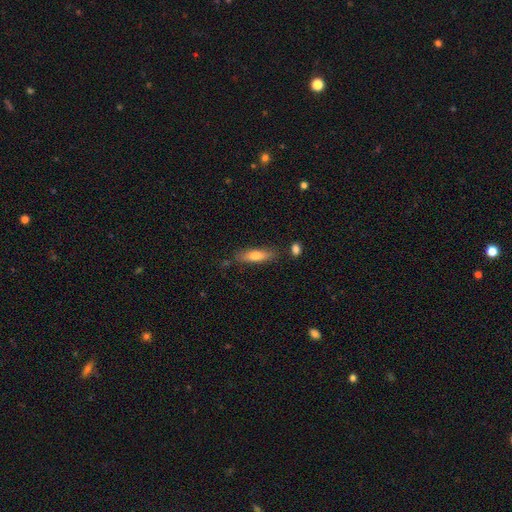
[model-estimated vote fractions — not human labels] A smooth galaxy with no disk features (69%) that is cigar-shaped (64%).

Vote fractions:
- Smooth or featured? smooth: 69% / featured or disk: 25% / star or artifact: 7%
- How rounded? cigar-shaped: 64% / in between: 34% / round: 2%
- Merging? none: 76% / minor disturbance: 16% / merger: 5% / major disturbance: 4%